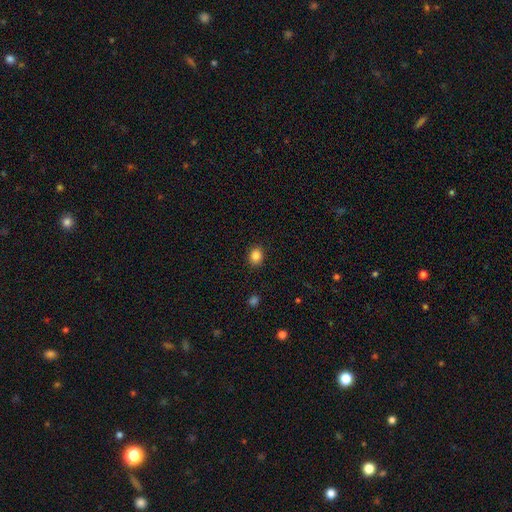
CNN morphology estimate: Smooth or featured? Predicted: smooth (p=0.85). How rounded? Predicted: round (p=0.54). Merging? Predicted: none (p=0.89).